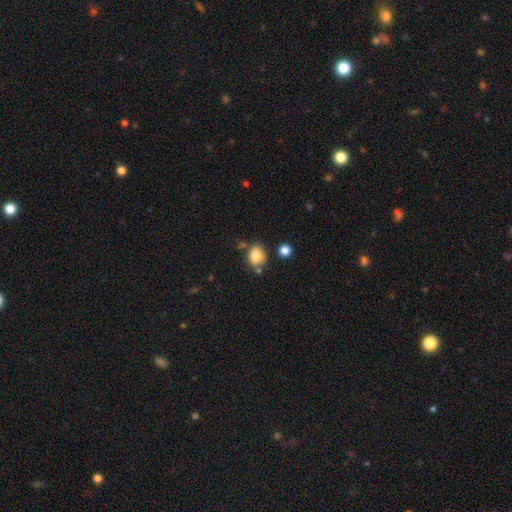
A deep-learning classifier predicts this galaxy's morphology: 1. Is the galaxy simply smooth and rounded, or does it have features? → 82% smooth, 10% star or artifact, 8% featured or disk.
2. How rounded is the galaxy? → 51% round, 48% in between, 1% cigar-shaped.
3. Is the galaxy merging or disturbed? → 66% none, 17% minor disturbance, 12% merger, 5% major disturbance.